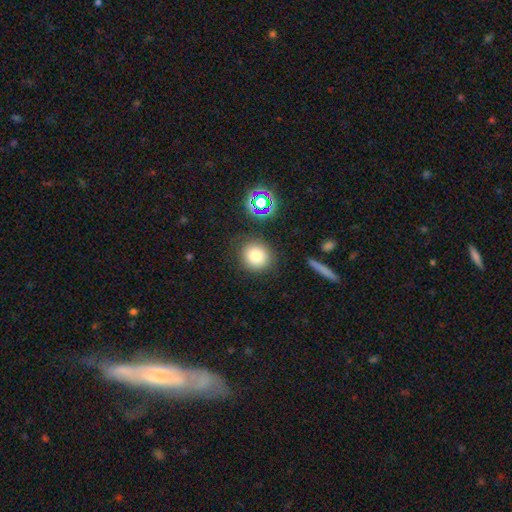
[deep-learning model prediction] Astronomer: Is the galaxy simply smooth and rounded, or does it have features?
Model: smooth — 79%.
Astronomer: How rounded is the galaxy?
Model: round — 87%.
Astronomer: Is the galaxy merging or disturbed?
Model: none — 83%.